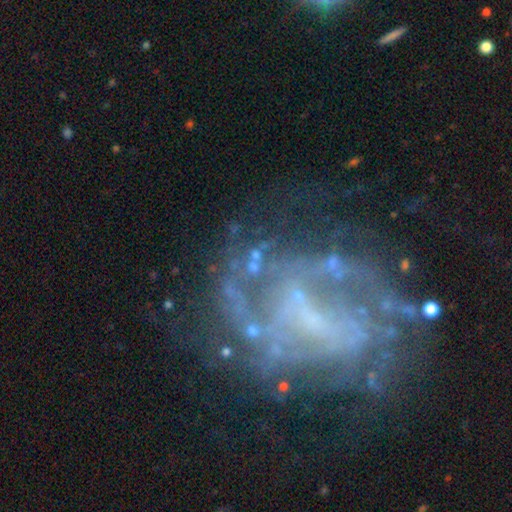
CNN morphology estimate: smooth-or-featured: featured or disk: 47% | star or artifact: 32% | smooth: 21%
  merging: none: 58% | minor disturbance: 18% | major disturbance: 15% | merger: 9%